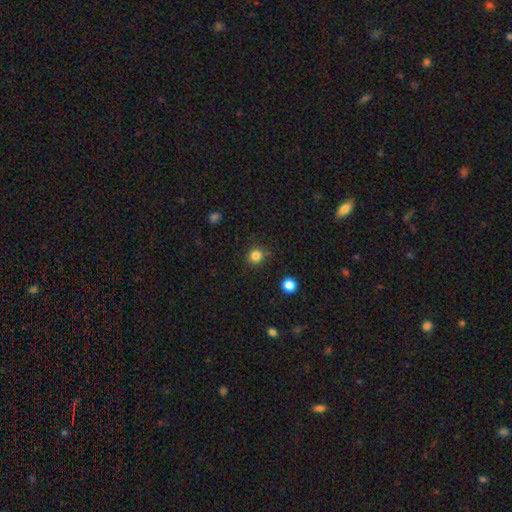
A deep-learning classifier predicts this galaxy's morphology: Smooth or featured? smooth (82%)
How rounded? round (92%)
Merging? none (85%)